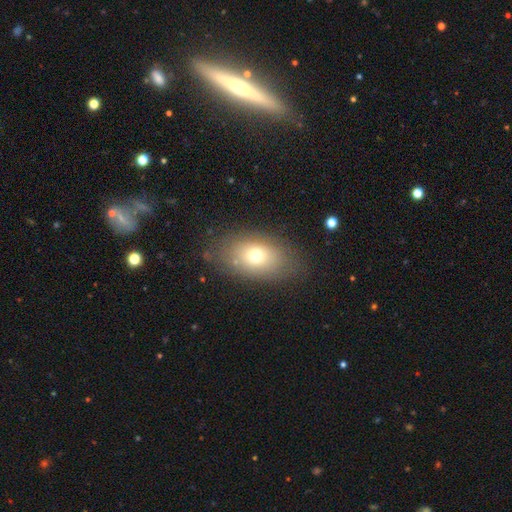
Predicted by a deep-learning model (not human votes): Smooth or featured? Predicted: smooth (p=0.69). How rounded? Predicted: in between (p=0.85). Merging? Predicted: none (p=0.79).